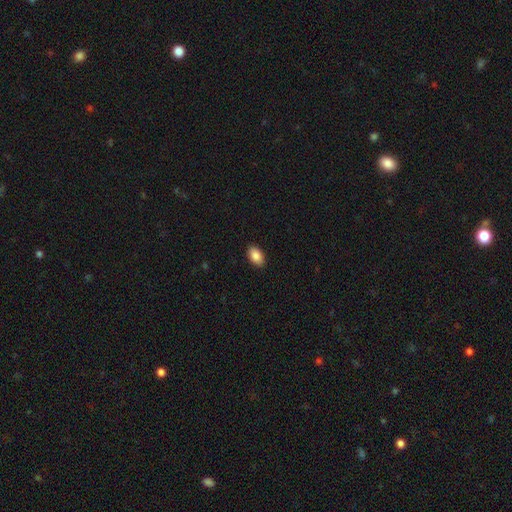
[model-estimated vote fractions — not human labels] smooth 87%, star or artifact 7%, featured or disk 6%. Down the decision tree: how rounded — in between (92%); merging — none (90%).